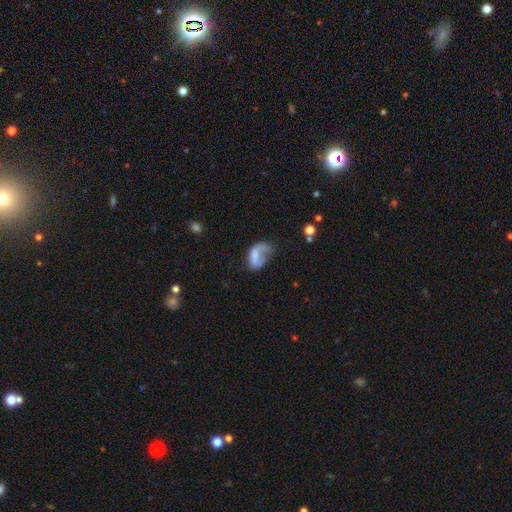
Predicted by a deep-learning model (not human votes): A smooth galaxy with no disk features (52%) that is in between round and cigar-shaped (87%). Merging: major disturbance (47%).